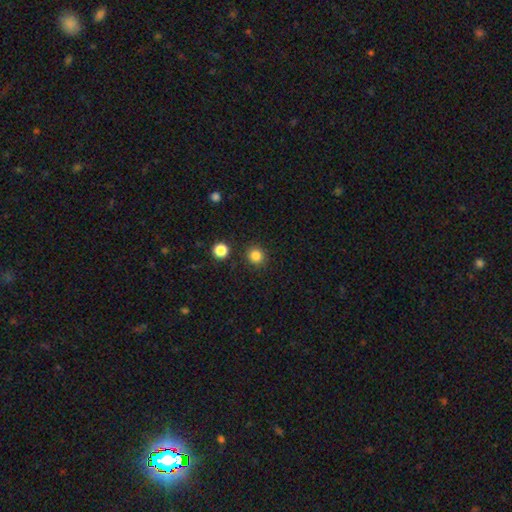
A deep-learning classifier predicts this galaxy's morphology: The model was most divided on "smooth or featured": smooth: 84%, star or artifact: 12%, featured or disk: 4%. More confident: merging — none (90%); how rounded — round (90%).